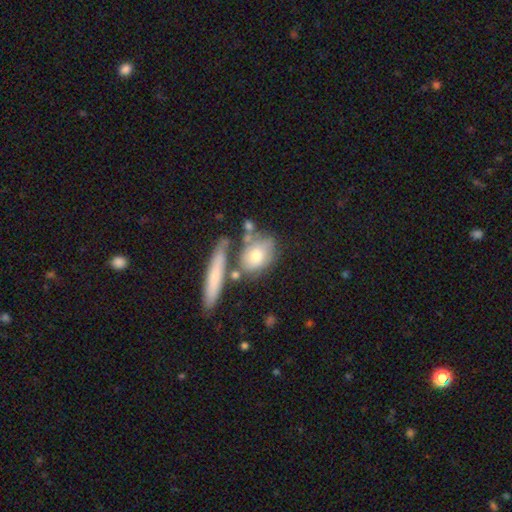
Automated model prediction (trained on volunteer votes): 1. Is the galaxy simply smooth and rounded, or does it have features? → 67% smooth, 26% featured or disk, 7% star or artifact.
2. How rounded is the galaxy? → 59% in between, 31% round, 10% cigar-shaped.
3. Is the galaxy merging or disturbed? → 48% none, 25% merger, 18% minor disturbance, 9% major disturbance.